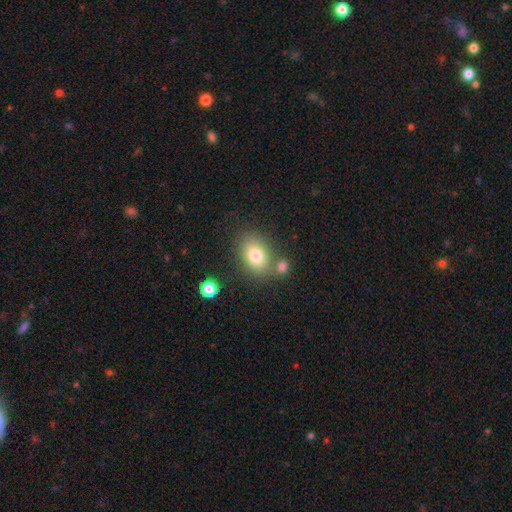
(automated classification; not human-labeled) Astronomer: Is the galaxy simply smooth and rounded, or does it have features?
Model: smooth — 78%.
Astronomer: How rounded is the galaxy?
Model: in between — 76%.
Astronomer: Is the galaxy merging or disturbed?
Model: none — 64%.